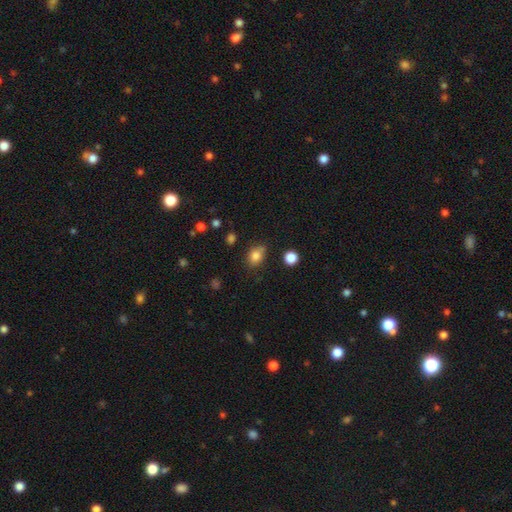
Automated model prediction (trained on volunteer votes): Smooth or featured: smooth — 83% (star or artifact — 11%)
How rounded: in between — 56% (round — 42%)
Merging: none — 66% (minor disturbance — 22%)